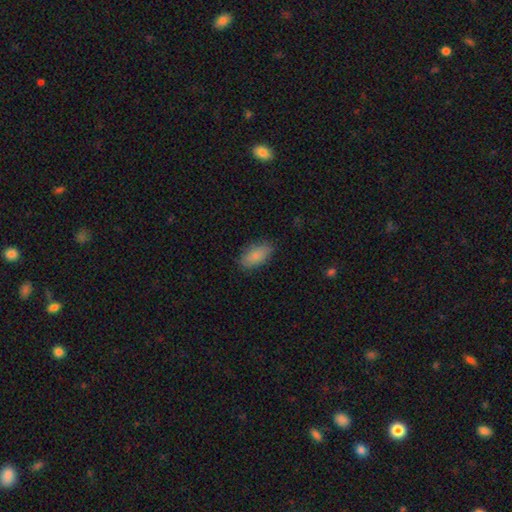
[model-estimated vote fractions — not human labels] This is clearly a smooth galaxy (84%). How rounded: clearly in between (91%). Merging: clearly none (84%).